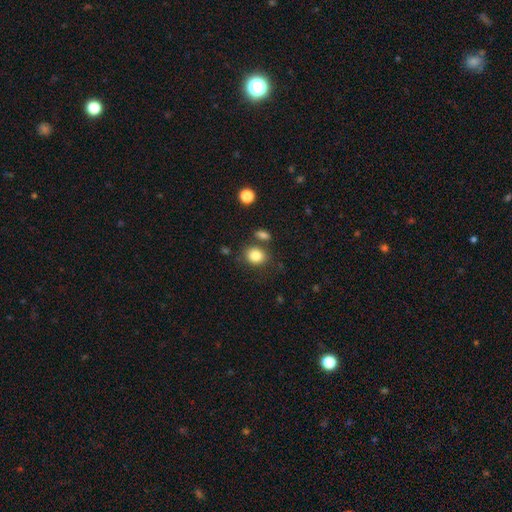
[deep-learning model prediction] This appears to be a smooth galaxy with no disk features (84%) that is round (63%). Merging: none (73%).